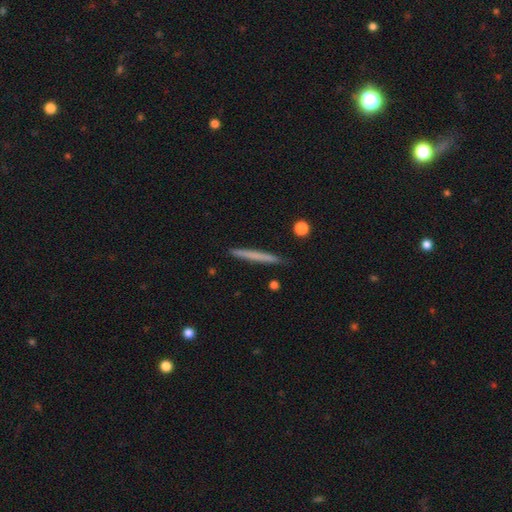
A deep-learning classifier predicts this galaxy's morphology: Overall: smooth (61%; featured or disk 33%). How rounded: cigar-shaped (97%). Merging: none (91%).